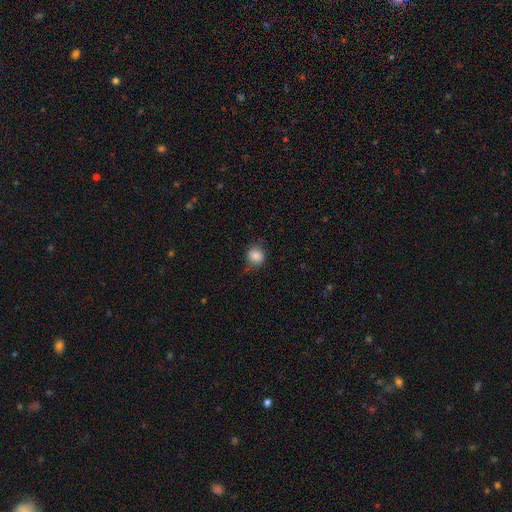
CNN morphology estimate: smooth-or-featured: smooth: 85% | star or artifact: 9% | featured or disk: 5%
  how-rounded: round: 75% | in between: 24% | cigar-shaped: 1%
  merging: none: 71% | minor disturbance: 22% | major disturbance: 6% | merger: 1%